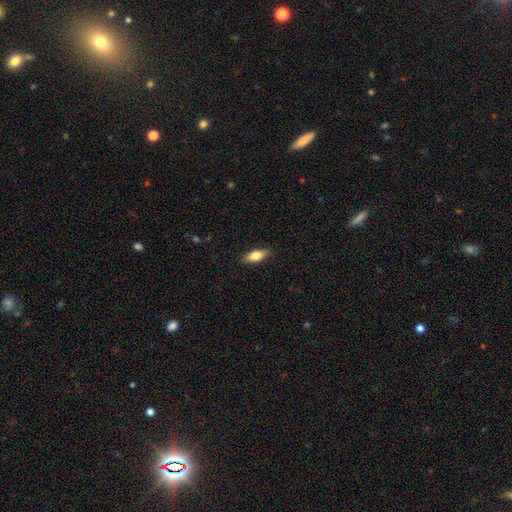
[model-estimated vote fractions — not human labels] smooth 77%, featured or disk 16%, star or artifact 6%. Down the decision tree: how rounded — in between (73%); merging — none (88%).